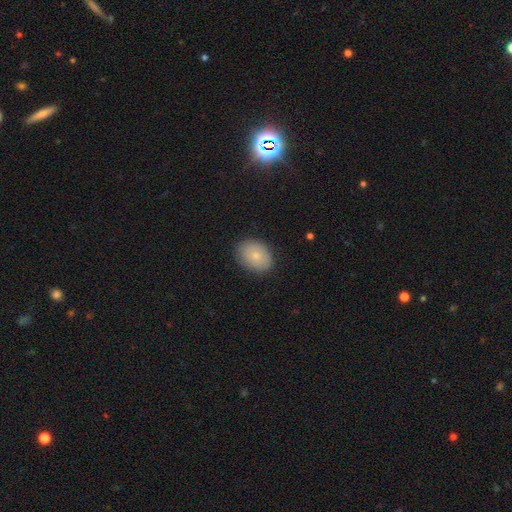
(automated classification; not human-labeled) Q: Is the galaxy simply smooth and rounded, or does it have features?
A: smooth — 78%.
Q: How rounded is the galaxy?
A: in between — 67%.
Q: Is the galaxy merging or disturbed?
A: none — 85%.